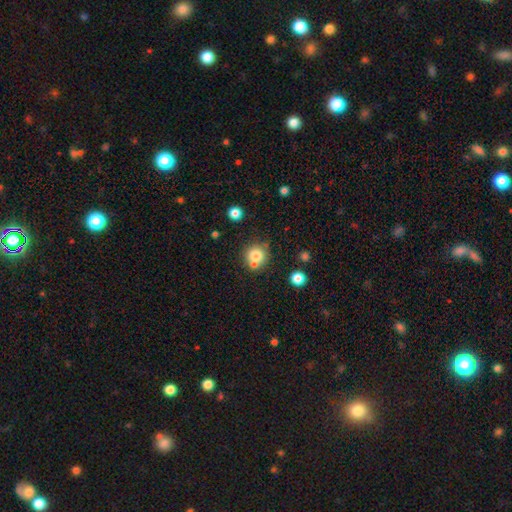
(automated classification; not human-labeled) A smooth galaxy with no disk features (77%) that is round (92%).

Vote fractions:
- Smooth or featured? smooth: 77% / star or artifact: 12% / featured or disk: 11%
- How rounded? round: 92% / in between: 7% / cigar-shaped: 1%
- Merging? none: 63% / merger: 24% / minor disturbance: 9% / major disturbance: 3%